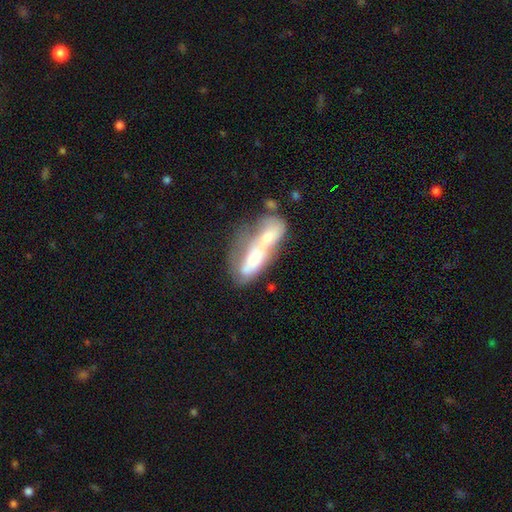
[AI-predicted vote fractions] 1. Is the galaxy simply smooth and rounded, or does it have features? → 51% smooth, 41% featured or disk, 8% star or artifact.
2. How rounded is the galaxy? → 65% in between, 31% cigar-shaped, 4% round.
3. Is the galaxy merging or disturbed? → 73% merger, 10% none, 10% major disturbance, 7% minor disturbance.